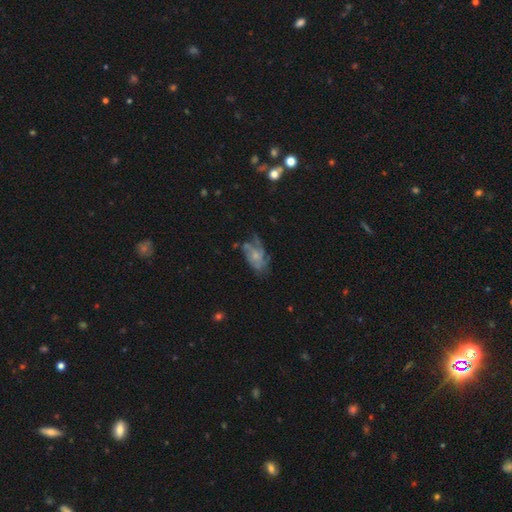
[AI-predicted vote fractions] Overall: featured or disk (64%; smooth 27%). Edge-on disk: no (96%). Bar: no (78%). Spiral arms: yes (76%). Bulge size: small (64%; moderate 24%). Merging: none (45%; minor disturbance 27%).